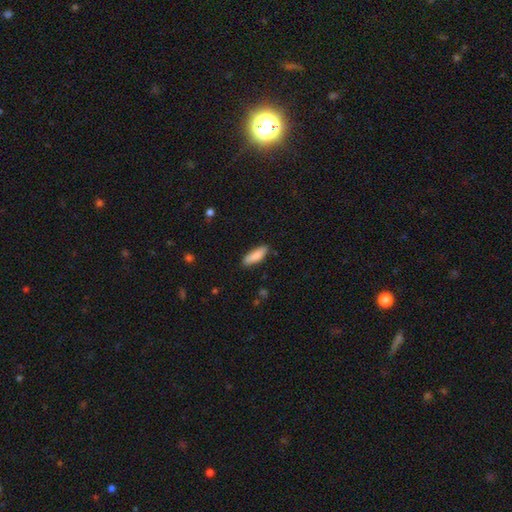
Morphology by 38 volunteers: smooth 84%, featured or disk 11%, star or artifact 5%. Down the decision tree: how rounded — in between (56%); merging — none (83%).